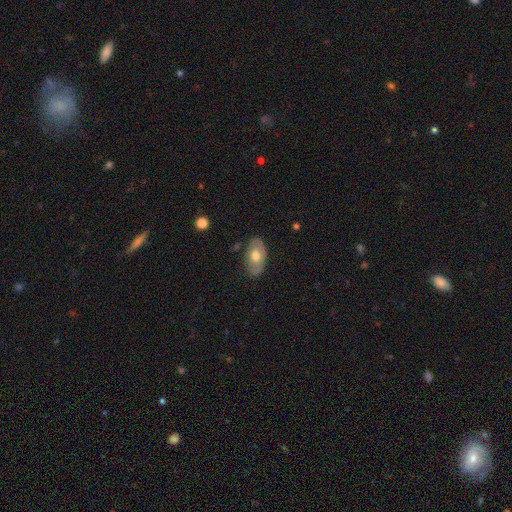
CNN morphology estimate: Smooth or featured? Predicted: smooth (p=0.55). How rounded? Predicted: in between (p=0.92). Merging? Predicted: none (p=0.78).